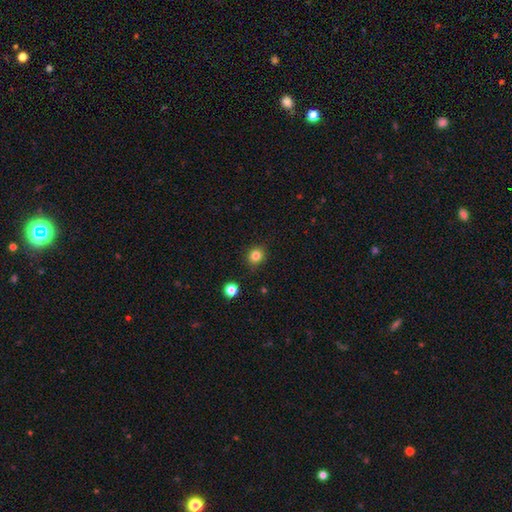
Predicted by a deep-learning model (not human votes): smooth_or_featured: smooth (p=0.82) [alt: star or artifact p=0.13]
how_rounded: round (p=0.83) [alt: in between p=0.16]
merging: none (p=0.87) [alt: minor disturbance p=0.09]